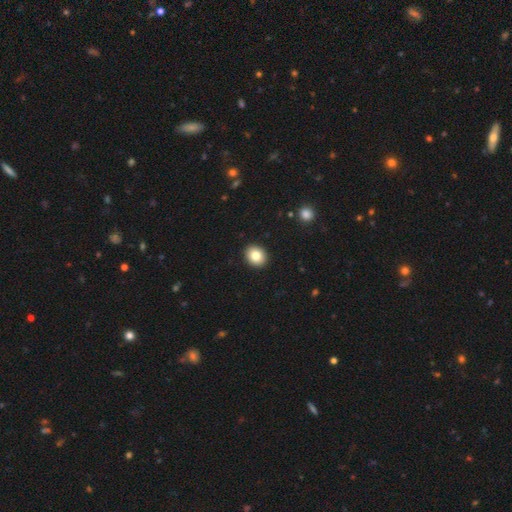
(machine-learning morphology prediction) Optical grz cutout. It shows a smooth galaxy with no disk features (83%) that is round (62%). Merging: none (92%).